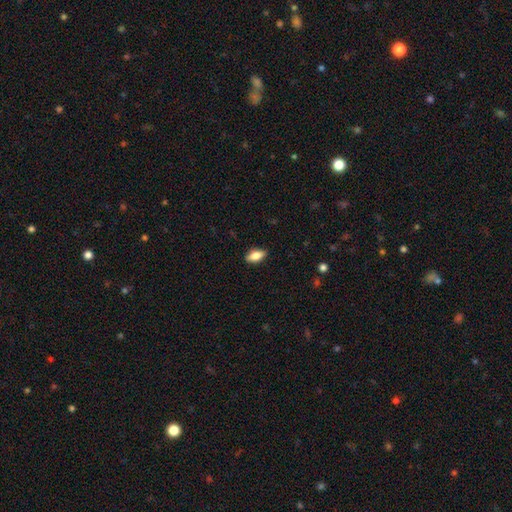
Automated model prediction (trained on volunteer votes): A smooth galaxy with no disk features (76%) that is in between round and cigar-shaped (84%). Merging: none (87%).